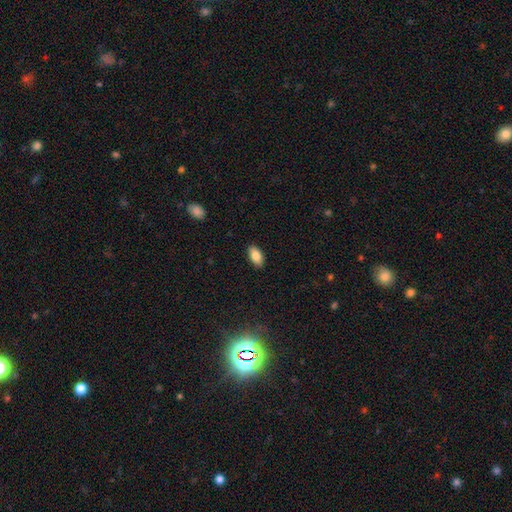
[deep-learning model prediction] Smooth or featured? Predicted: smooth (p=0.84). How rounded? Predicted: in between (p=0.93). Merging? Predicted: none (p=0.89).